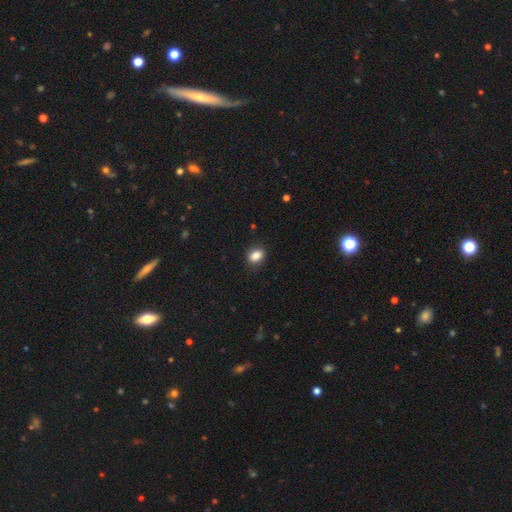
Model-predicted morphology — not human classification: Smooth or featured: smooth — 87% (star or artifact — 9%)
How rounded: in between — 67% (round — 32%)
Merging: none — 86% (minor disturbance — 10%)